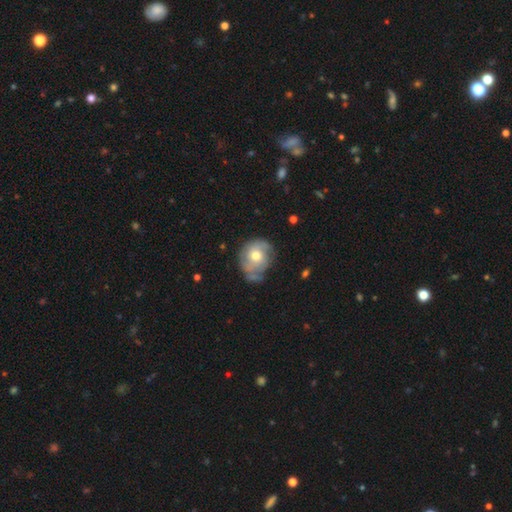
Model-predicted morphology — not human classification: Smooth or featured: featured or disk — 54% (smooth — 39%)
Edge-on disk: no — 96% (yes — 4%)
Bar: no — 82% (weak — 15%)
Spiral arms: yes — 67% (no — 33%)
Bulge size: moderate — 70% (small — 21%)
Merging: none — 54% (minor disturbance — 28%)